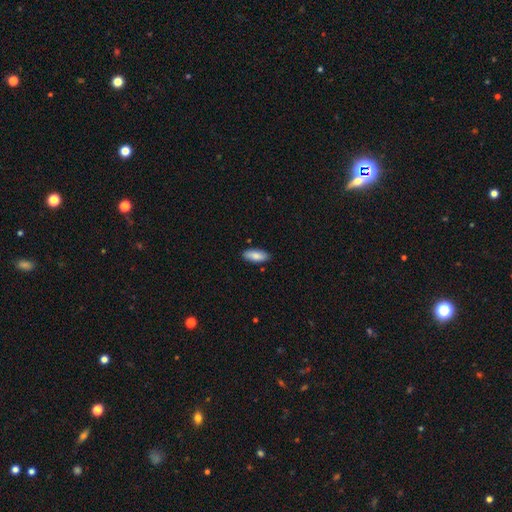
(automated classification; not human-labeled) A smooth galaxy with no disk features (85%) that is in between round and cigar-shaped (82%). Merging: none (87%).